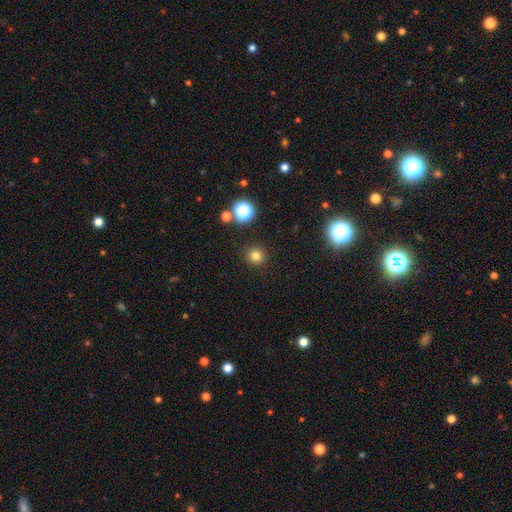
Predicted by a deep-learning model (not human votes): Overall: smooth (78%). How rounded: round (95%). Merging: none (90%).